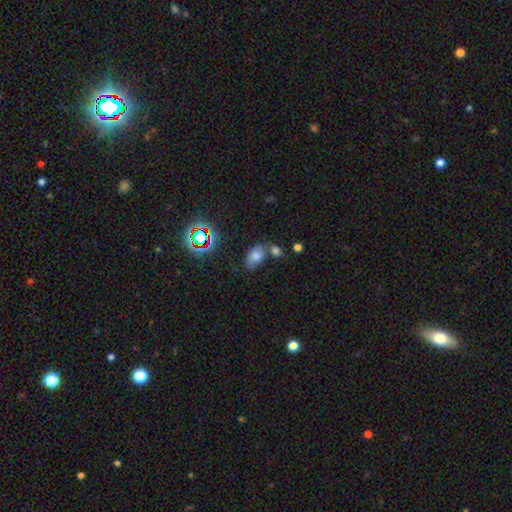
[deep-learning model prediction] Q: Smooth or featured?
A: smooth (72%); runner-up: star or artifact (17%)
Q: How rounded?
A: in between (89%); runner-up: round (10%)
Q: Merging?
A: none (56%); runner-up: merger (21%)